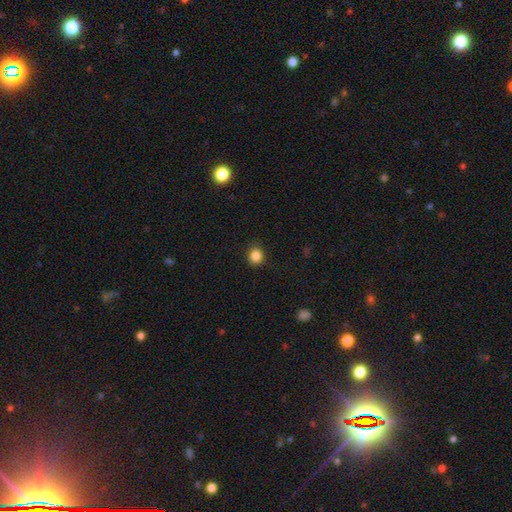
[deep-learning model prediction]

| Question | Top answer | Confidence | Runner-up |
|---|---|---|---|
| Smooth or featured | smooth | 85% | star or artifact (11%) |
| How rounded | round | 80% | in between (19%) |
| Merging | none | 89% | minor disturbance (8%) |